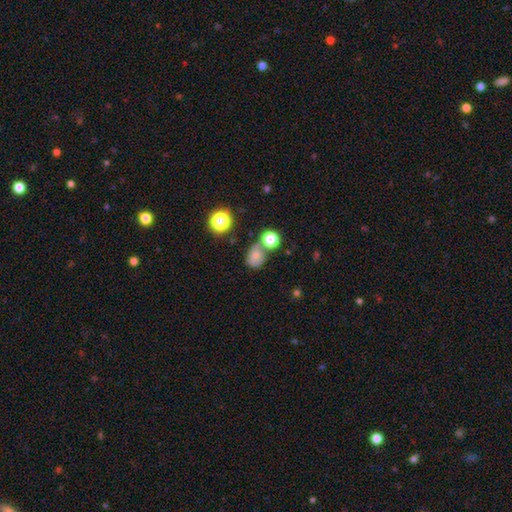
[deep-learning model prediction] Q: Smooth or featured?
A: smooth (70%); runner-up: star or artifact (17%)
Q: How rounded?
A: round (53%); runner-up: in between (46%)
Q: Merging?
A: none (45%); runner-up: merger (27%)